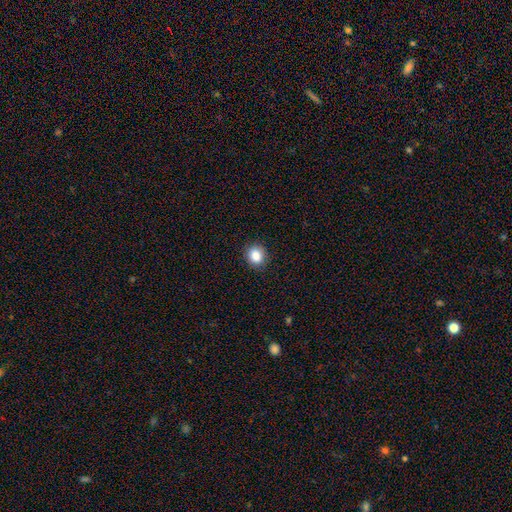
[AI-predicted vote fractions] A smooth galaxy with no disk features (86%) that is round (75%).

Vote fractions:
- Smooth or featured? smooth: 86% / star or artifact: 10% / featured or disk: 4%
- How rounded? round: 75% / in between: 24% / cigar-shaped: 1%
- Merging? none: 90% / minor disturbance: 7% / major disturbance: 2% / merger: 1%